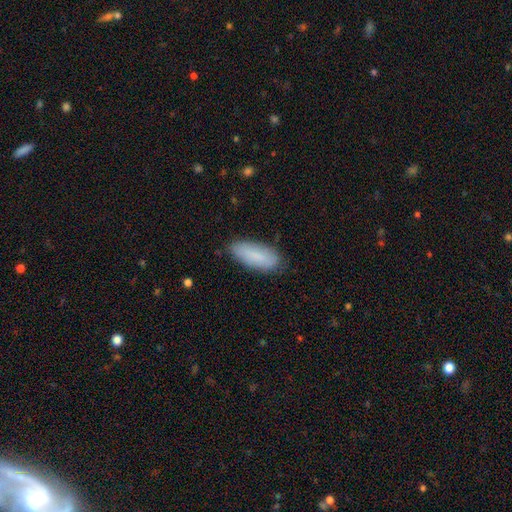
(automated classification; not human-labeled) smooth-or-featured: smooth: 85% | featured or disk: 9% | star or artifact: 6%
  how-rounded: in between: 77% | cigar-shaped: 21% | round: 2%
  merging: none: 81% | minor disturbance: 15% | major disturbance: 3% | merger: 1%